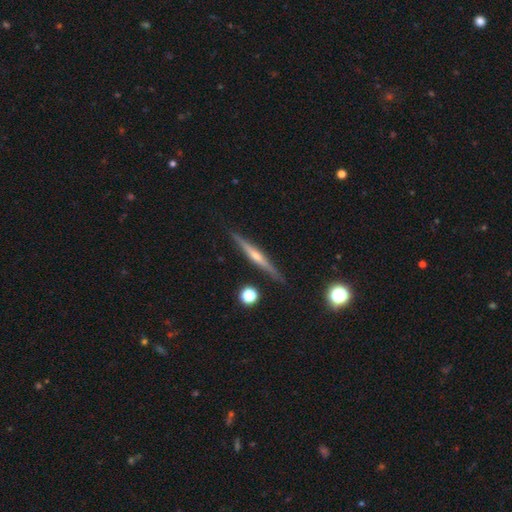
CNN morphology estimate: Smooth or featured: featured or disk — 74% (smooth — 20%)
Edge-on disk: yes — 98% (no — 2%)
Edge-on bulge: rounded — 76% (none — 18%)
Merging: none — 90% (minor disturbance — 7%)